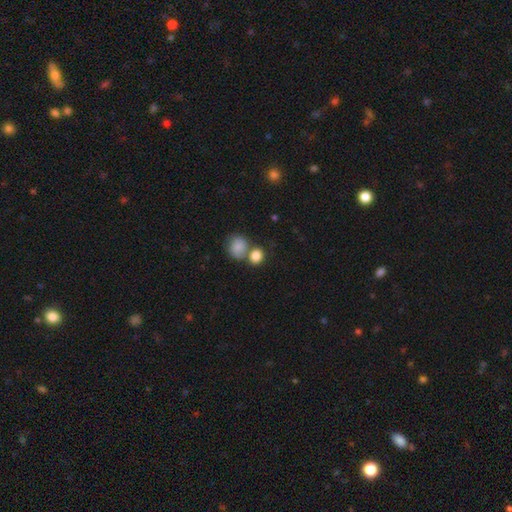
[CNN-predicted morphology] The model was most divided on "merging": none: 45%, merger: 42%, minor disturbance: 10%, major disturbance: 4%. More confident: smooth or featured — smooth (85%); how rounded — round (66%).